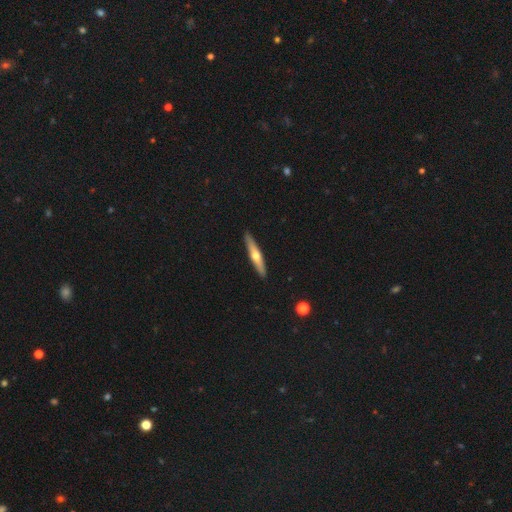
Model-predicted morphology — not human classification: Smooth or featured? Predicted: featured or disk (p=0.51). Edge-on disk? Predicted: yes (p=0.92). Merging? Predicted: none (p=0.91).